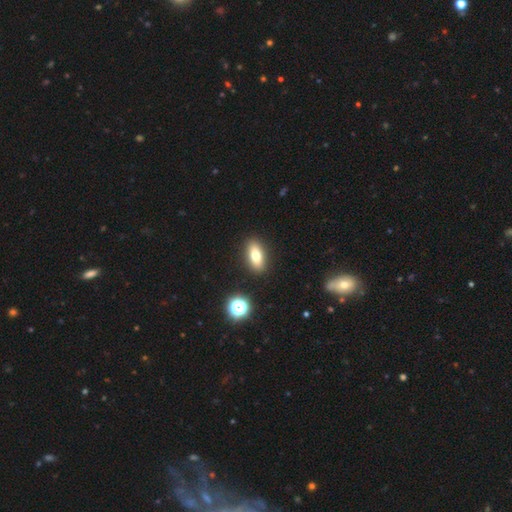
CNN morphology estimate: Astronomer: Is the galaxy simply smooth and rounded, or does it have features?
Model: smooth — 73%.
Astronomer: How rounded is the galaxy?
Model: in between — 79%.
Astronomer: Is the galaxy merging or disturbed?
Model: none — 89%.